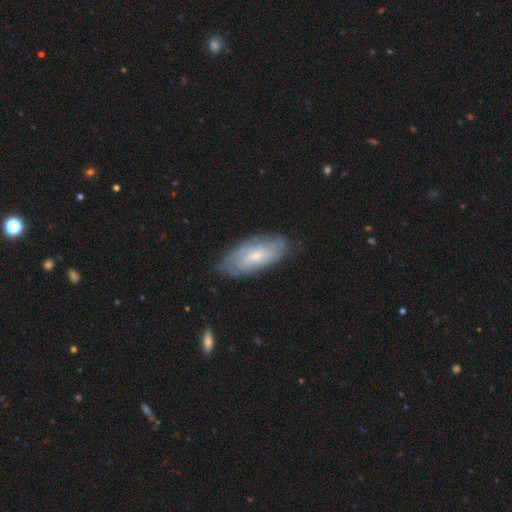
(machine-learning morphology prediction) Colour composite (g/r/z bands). It shows a featured or disk galaxy (55%). Merging: none (75%).